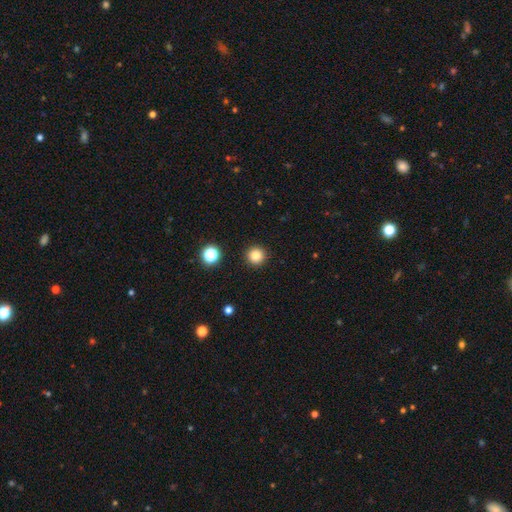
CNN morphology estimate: A smooth galaxy with no disk features (84%) that is round (96%).

Vote fractions:
- Smooth or featured? smooth: 84% / star or artifact: 12% / featured or disk: 4%
- How rounded? round: 96% / in between: 3% / cigar-shaped: 1%
- Merging? none: 92% / minor disturbance: 5% / major disturbance: 2% / merger: 1%